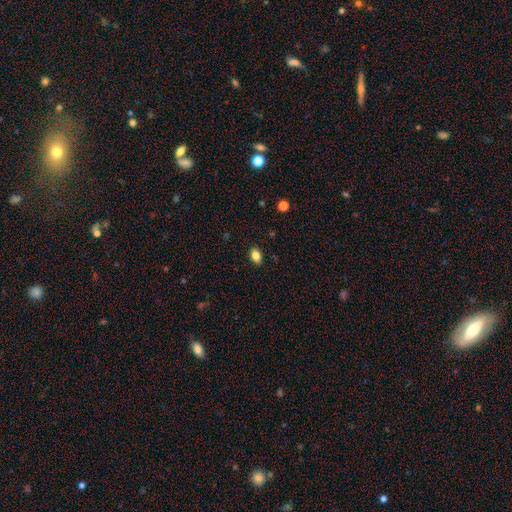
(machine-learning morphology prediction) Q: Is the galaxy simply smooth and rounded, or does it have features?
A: smooth — 84%.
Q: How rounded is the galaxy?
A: in between — 83%.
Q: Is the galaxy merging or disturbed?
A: none — 88%.